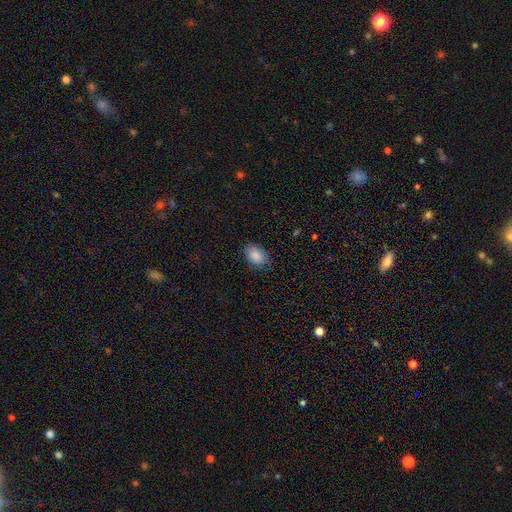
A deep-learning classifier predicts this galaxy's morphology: smooth_or_featured: smooth (p=0.87) [alt: star or artifact p=0.07]
how_rounded: in between (p=0.85) [alt: round p=0.14]
merging: none (p=0.77) [alt: minor disturbance p=0.18]